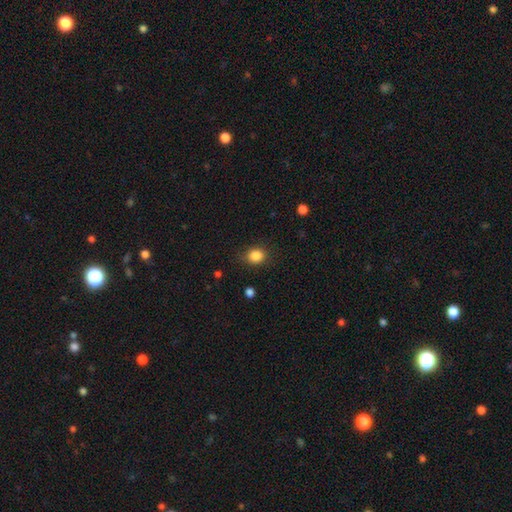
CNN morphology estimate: A smooth galaxy with no disk features (85%) that is round (70%). Merging: none (82%).